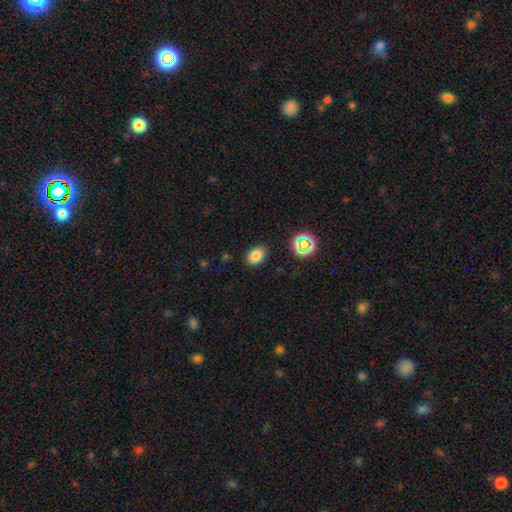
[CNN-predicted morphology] smooth 80%, star or artifact 13%, featured or disk 6%. Down the decision tree: how rounded — in between (83%); merging — none (86%).